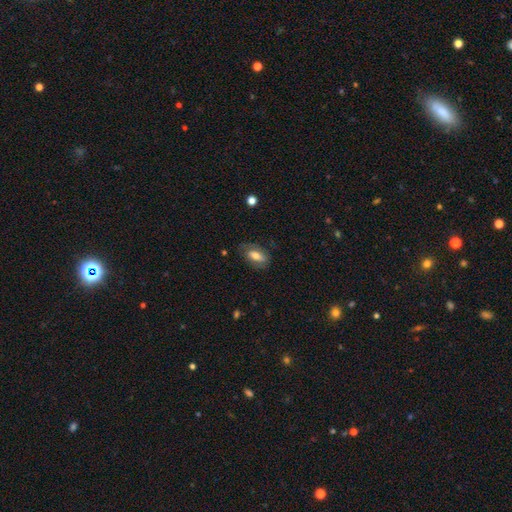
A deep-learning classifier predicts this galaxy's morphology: The model was most divided on "smooth or featured": smooth: 55%, featured or disk: 37%, star or artifact: 8%. More confident: how rounded — in between (88%); merging — none (68%).